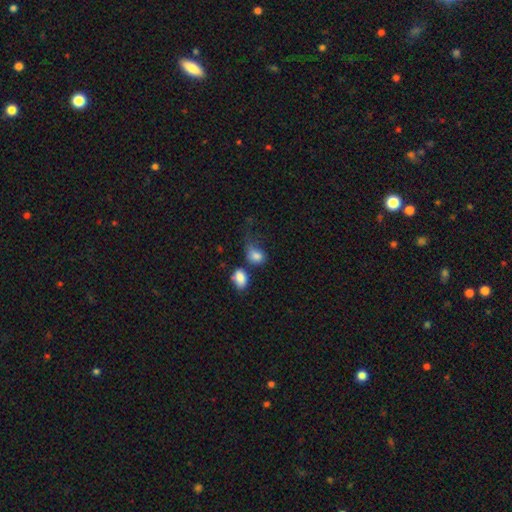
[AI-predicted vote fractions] A smooth galaxy with no disk features (83%) that is in between round and cigar-shaped (66%). Merging: none (33%).